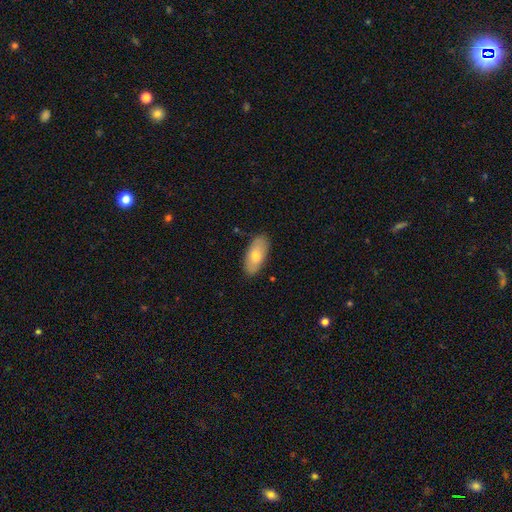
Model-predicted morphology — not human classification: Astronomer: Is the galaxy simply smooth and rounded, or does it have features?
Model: smooth — 71%.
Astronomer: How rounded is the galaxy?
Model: in between — 90%.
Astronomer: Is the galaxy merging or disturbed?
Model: none — 86%.